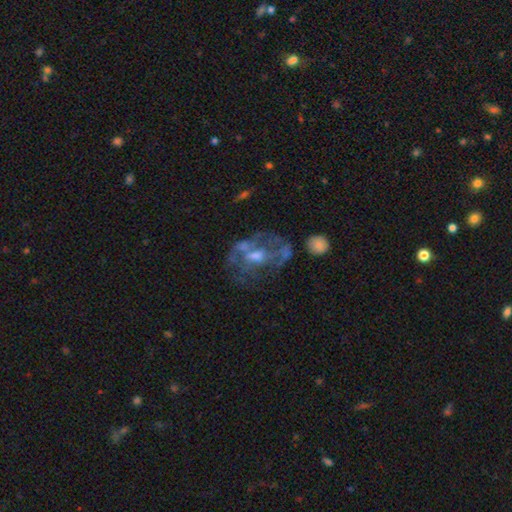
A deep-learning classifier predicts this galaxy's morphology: smooth-or-featured: featured or disk: 72% | smooth: 17% | star or artifact: 11%
  disk-edge-on: no: 96% | yes: 4%
    bar: no: 62% | weak: 28% | strong: 9%
    has-spiral-arms: no: 68% | yes: 32%
    bulge-size: moderate: 53% | small: 29% | none: 10% | large: 7% | dominant: 1%
  merging: none: 43% | major disturbance: 27% | minor disturbance: 17% | merger: 13%